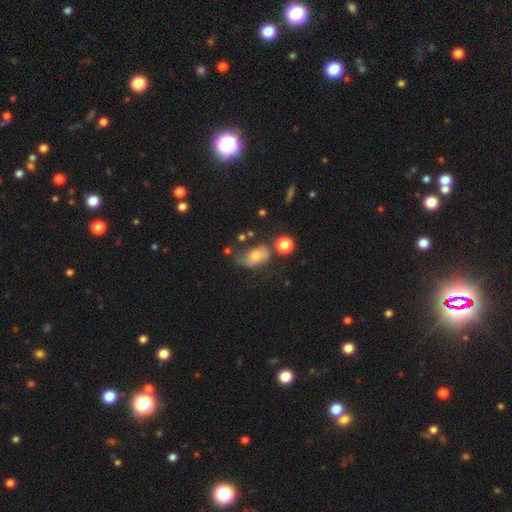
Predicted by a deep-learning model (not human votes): smooth_or_featured: smooth (p=0.58) [alt: featured or disk p=0.30]
how_rounded: in between (p=0.81) [alt: round p=0.16]
merging: none (p=0.35) [alt: minor disturbance p=0.31]